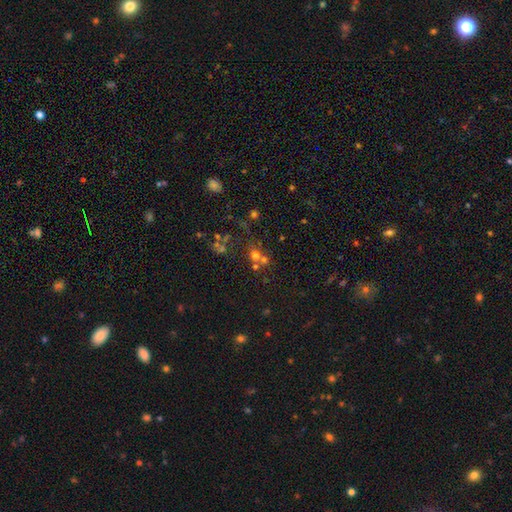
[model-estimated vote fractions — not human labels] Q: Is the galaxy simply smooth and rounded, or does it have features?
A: smooth — 55%.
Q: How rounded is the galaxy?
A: round — 81%.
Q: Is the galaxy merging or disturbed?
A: none — 46%.